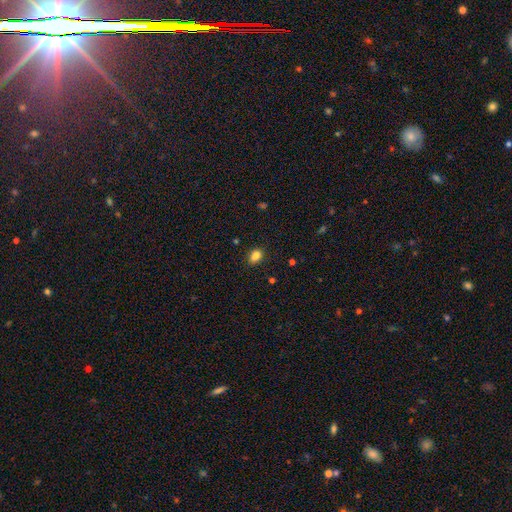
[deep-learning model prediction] Smooth or featured? smooth (85%)
How rounded? in between (76%)
Merging? none (84%)